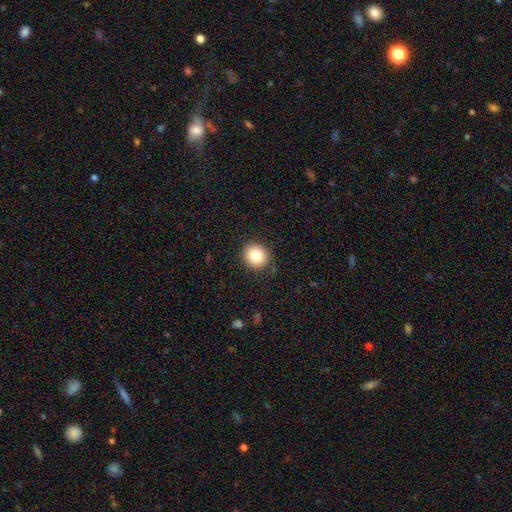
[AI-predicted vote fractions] This appears to be a smooth galaxy with no disk features (82%) that is round (89%). Merging: none (90%).